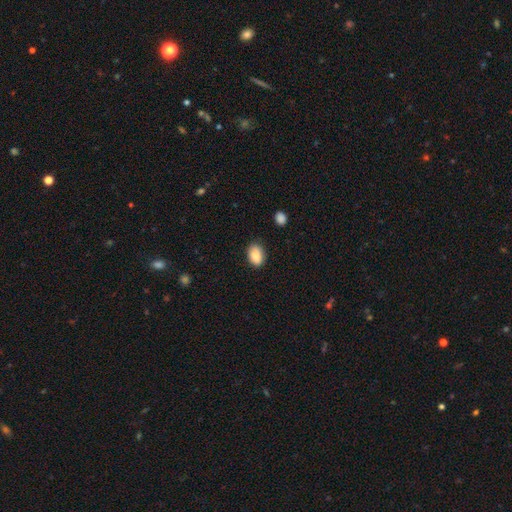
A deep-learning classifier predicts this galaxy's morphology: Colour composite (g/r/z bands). It shows a smooth galaxy with no disk features (87%) that is in between round and cigar-shaped (82%). Merging: none (83%).